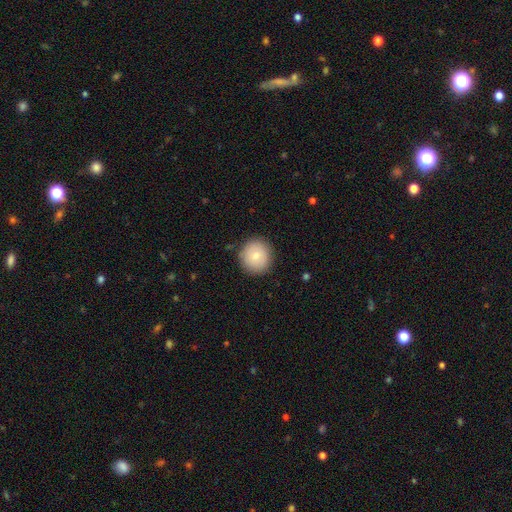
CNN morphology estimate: This is likely a smooth galaxy (79%). How rounded: clearly round (93%). Merging: clearly none (88%).